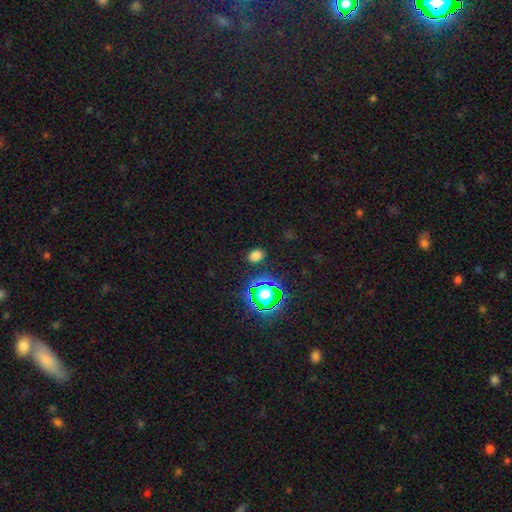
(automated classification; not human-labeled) This appears to be a smooth galaxy with no disk features (67%) that is in between round and cigar-shaped (67%). Merging: none (86%).